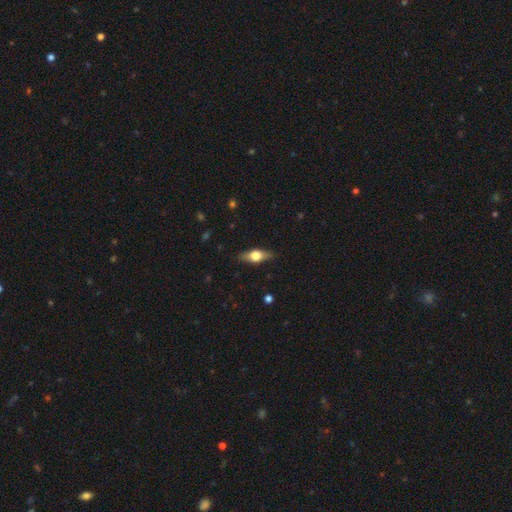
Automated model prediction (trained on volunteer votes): A featured or disk galaxy (47%). Merging: none (86%).